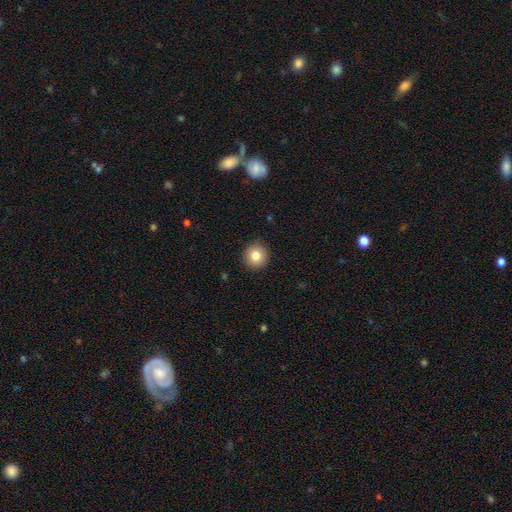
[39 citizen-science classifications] smooth 74%, featured or disk 15%, star or artifact 10%. Down the decision tree: how rounded — round (100%); merging — none (97%).